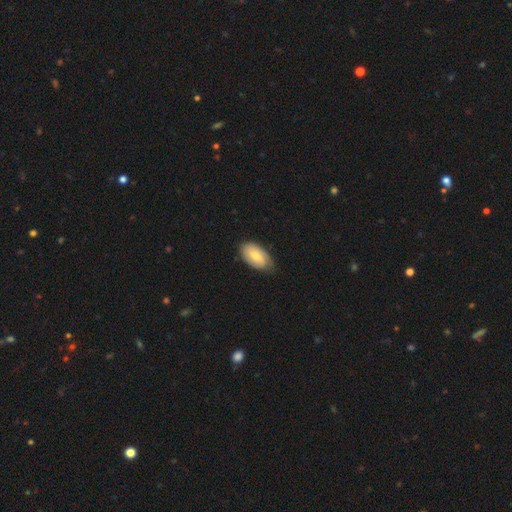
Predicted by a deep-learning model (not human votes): smooth_or_featured: smooth (p=0.64) [alt: featured or disk p=0.30]
how_rounded: in between (p=0.94) [alt: round p=0.03]
merging: none (p=0.75) [alt: minor disturbance p=0.20]